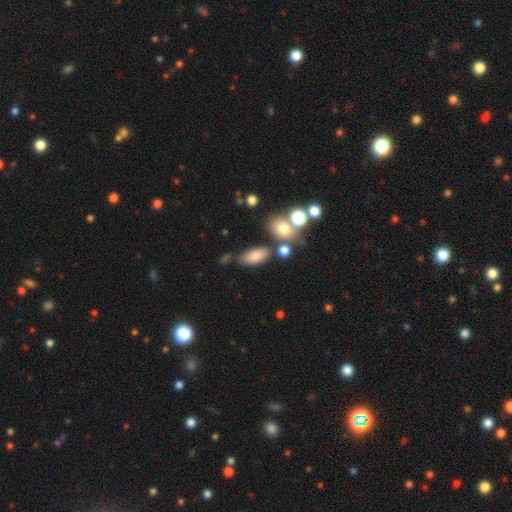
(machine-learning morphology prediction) Smooth or featured? smooth (79%)
How rounded? in between (87%)
Merging? none (65%)